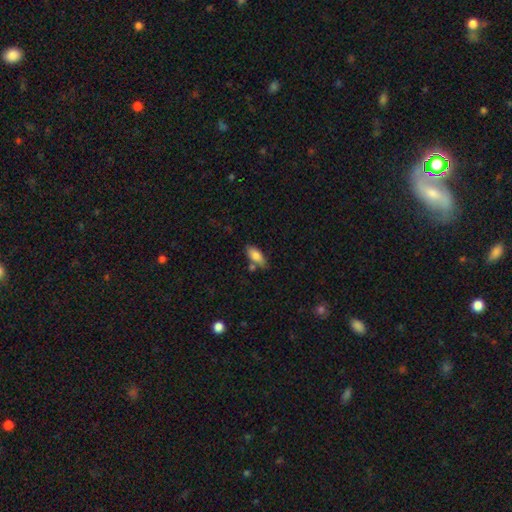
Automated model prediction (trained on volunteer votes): Morphology: type=smooth (80%); roundness=in between (81%); merging=none (65%).